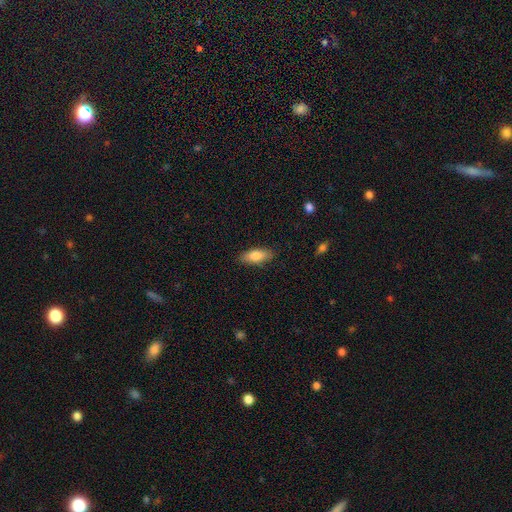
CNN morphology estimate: Overall: smooth (82%). How rounded: in between (79%). Merging: none (86%).